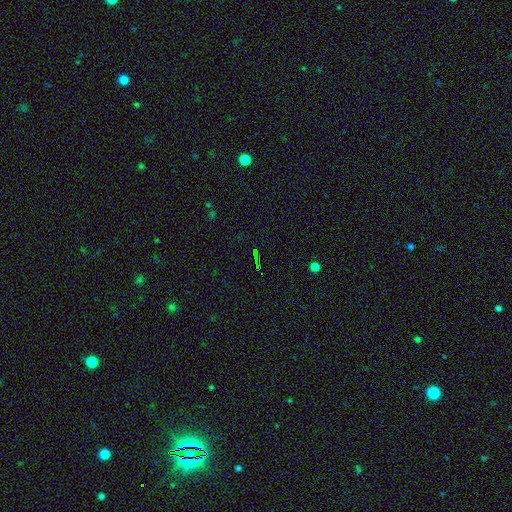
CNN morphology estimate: type=star or artifact (72%).